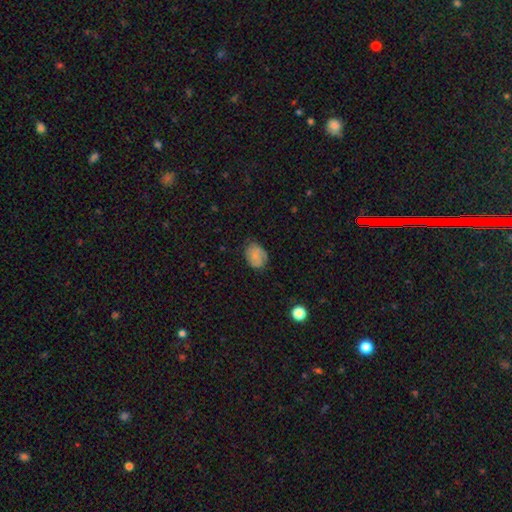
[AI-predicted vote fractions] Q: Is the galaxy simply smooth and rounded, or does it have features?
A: smooth — 72%.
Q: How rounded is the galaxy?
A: in between — 57%.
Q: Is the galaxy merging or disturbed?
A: none — 64%.